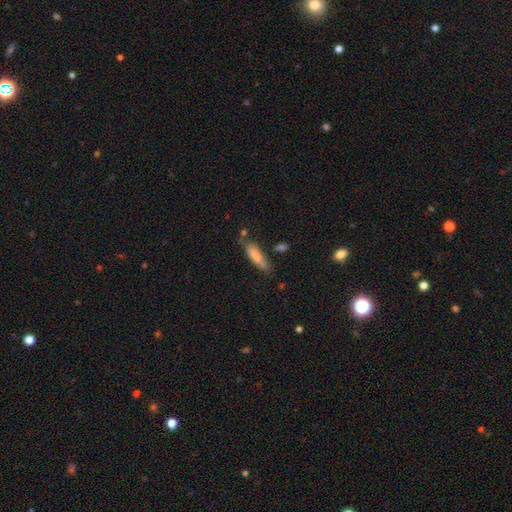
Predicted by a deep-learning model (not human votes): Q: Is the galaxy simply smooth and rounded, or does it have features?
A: smooth — 80%.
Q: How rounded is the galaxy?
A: cigar-shaped — 67%.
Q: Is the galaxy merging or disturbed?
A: none — 66%.